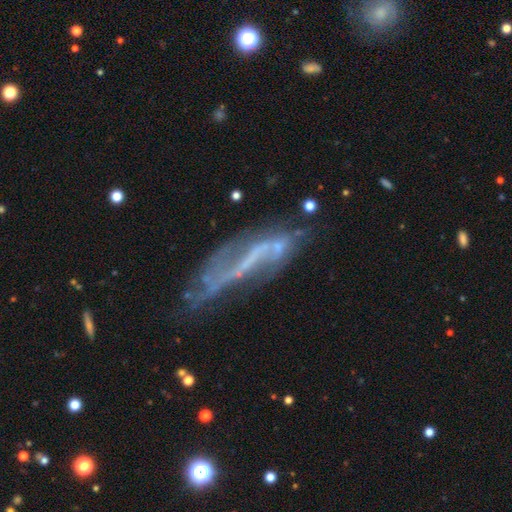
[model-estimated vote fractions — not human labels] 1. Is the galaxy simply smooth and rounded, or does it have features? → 70% featured or disk, 19% smooth, 11% star or artifact.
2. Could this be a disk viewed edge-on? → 68% no, 32% yes.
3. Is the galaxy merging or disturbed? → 47% none, 25% minor disturbance, 21% major disturbance, 7% merger.